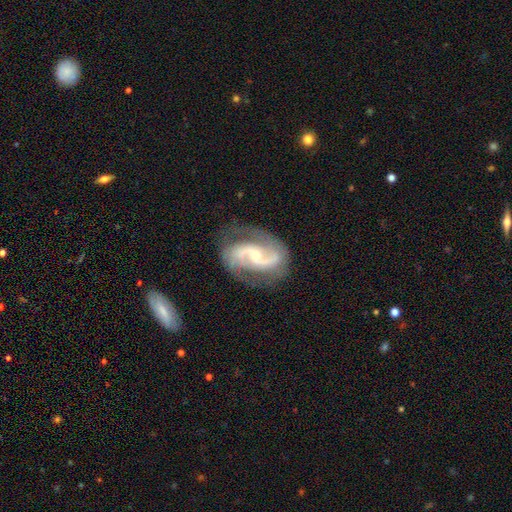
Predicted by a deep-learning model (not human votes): smooth_or_featured: featured or disk (p=0.90) [alt: star or artifact p=0.05]
disk_edge_on: no (p=0.97) [alt: yes p=0.03]
bar: no (p=0.42) [alt: weak p=0.39]
has_spiral_arms: yes (p=0.97) [alt: no p=0.03]
spiral_winding: medium (p=0.54) [alt: loose p=0.27]
spiral_arm_count: 2 (p=0.89) [alt: can't tell p=0.04]
bulge_size: small (p=0.56) [alt: moderate p=0.41]
merging: none (p=0.73) [alt: minor disturbance p=0.17]